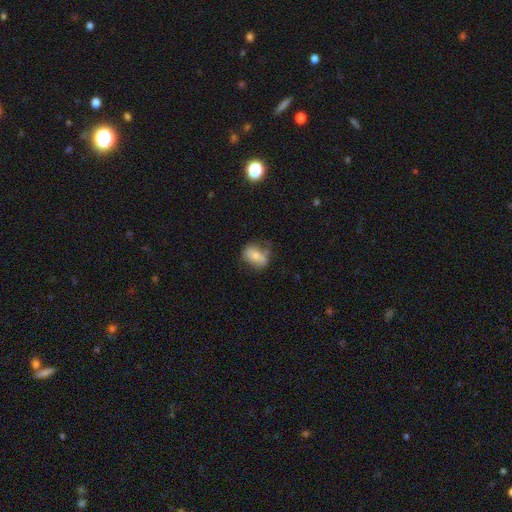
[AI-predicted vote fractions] This appears to be a smooth galaxy with no disk features (68%) that is in between round and cigar-shaped (74%). Merging: none (53%).